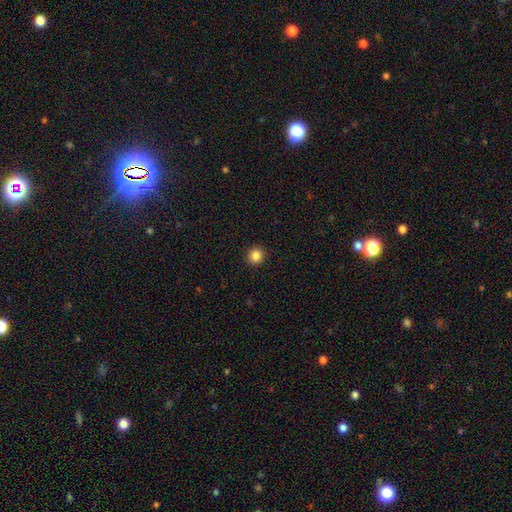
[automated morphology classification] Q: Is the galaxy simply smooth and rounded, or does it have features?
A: smooth — 86%.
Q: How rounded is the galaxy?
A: round — 89%.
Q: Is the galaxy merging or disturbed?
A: none — 93%.